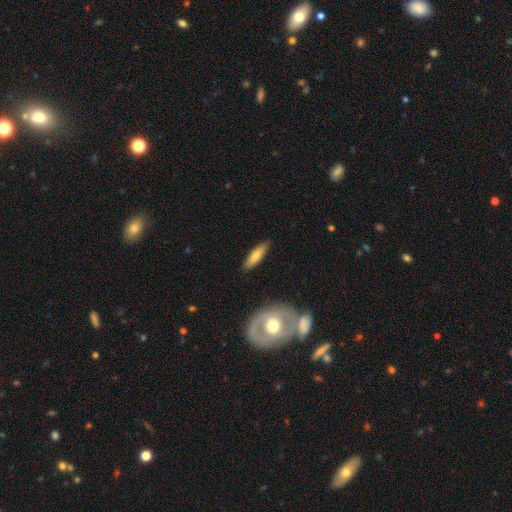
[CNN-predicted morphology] Smooth or featured? smooth (70%)
How rounded? cigar-shaped (59%)
Merging? none (86%)